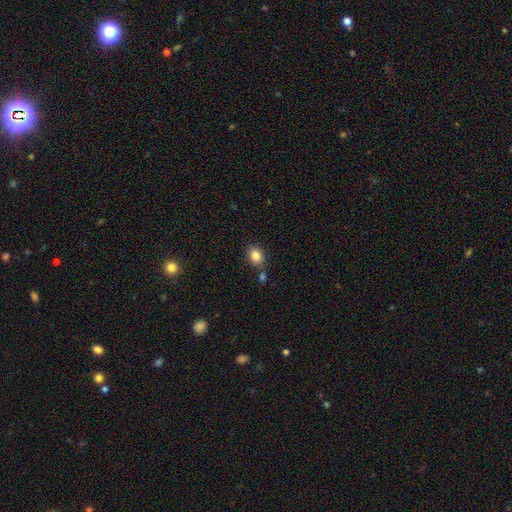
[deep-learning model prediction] Smooth or featured? Predicted: smooth (p=0.85). How rounded? Predicted: in between (p=0.59). Merging? Predicted: none (p=0.70).